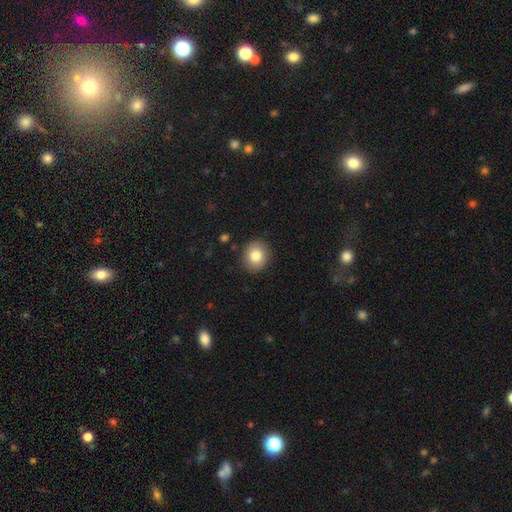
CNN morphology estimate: smooth-or-featured: smooth: 82% | featured or disk: 9% | star or artifact: 9%
  how-rounded: round: 80% | in between: 19% | cigar-shaped: 1%
  merging: none: 90% | minor disturbance: 7% | major disturbance: 2% | merger: 1%